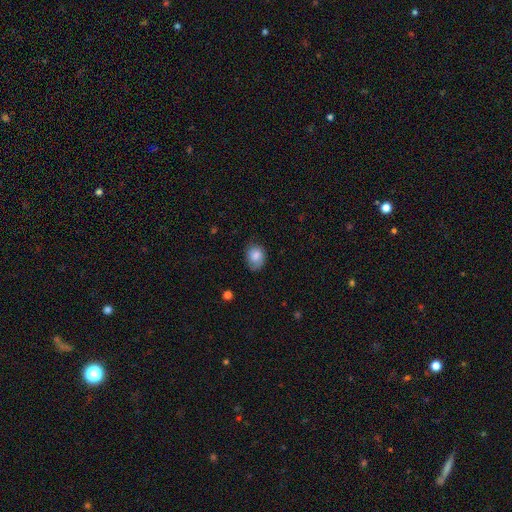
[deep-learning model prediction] smooth 84%, featured or disk 8%, star or artifact 8%. Down the decision tree: how rounded — in between (57%); merging — none (69%).